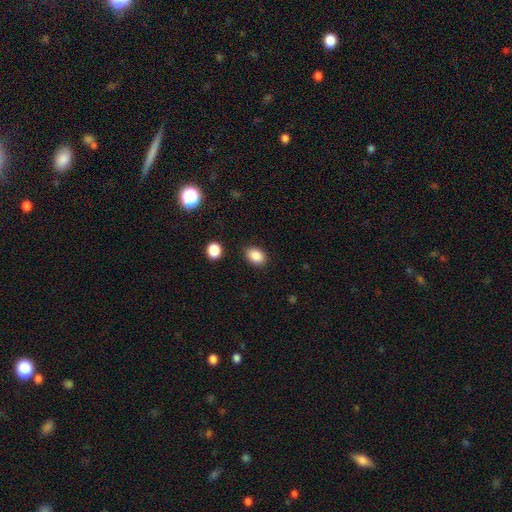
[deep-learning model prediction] Overall: smooth (88%). How rounded: in between (76%). Merging: none (86%).